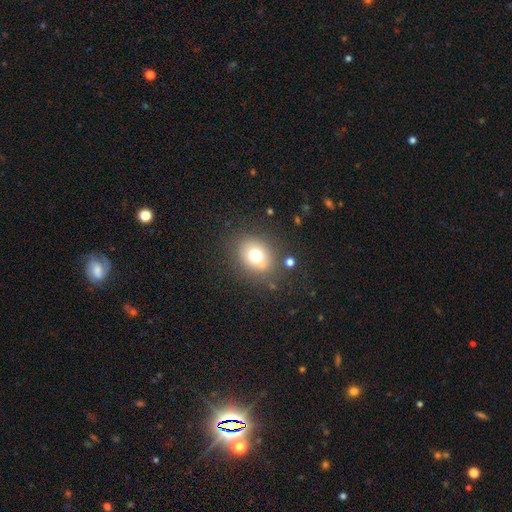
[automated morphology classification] This appears to be a smooth galaxy with no disk features (71%) that is round (57%). Merging: none (76%).